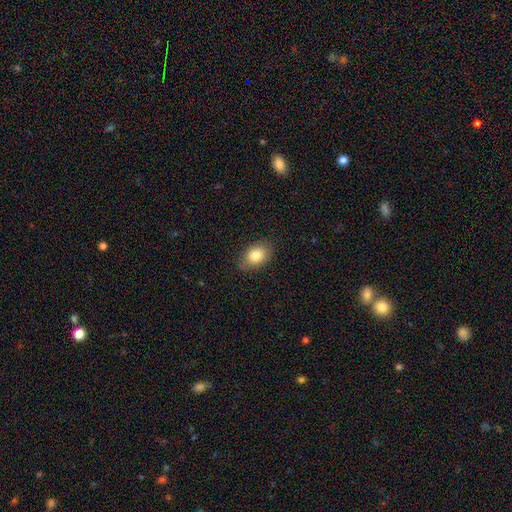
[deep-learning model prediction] smooth-or-featured: smooth: 81% | featured or disk: 11% | star or artifact: 8%
  how-rounded: in between: 81% | round: 18% | cigar-shaped: 1%
  merging: none: 82% | minor disturbance: 14% | major disturbance: 3% | merger: 1%